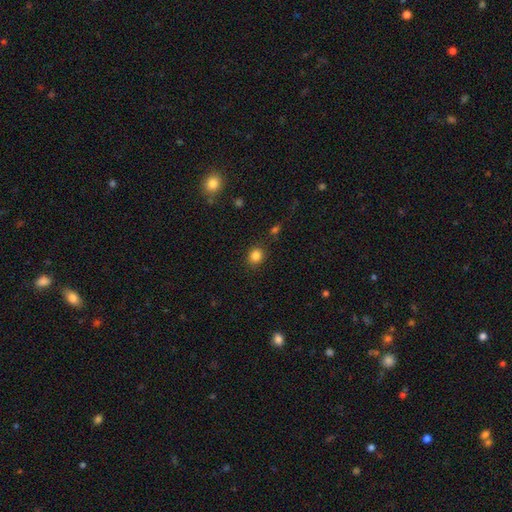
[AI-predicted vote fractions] smooth_or_featured: smooth (p=0.84) [alt: star or artifact p=0.12]
how_rounded: round (p=0.71) [alt: in between p=0.28]
merging: none (p=0.86) [alt: minor disturbance p=0.09]